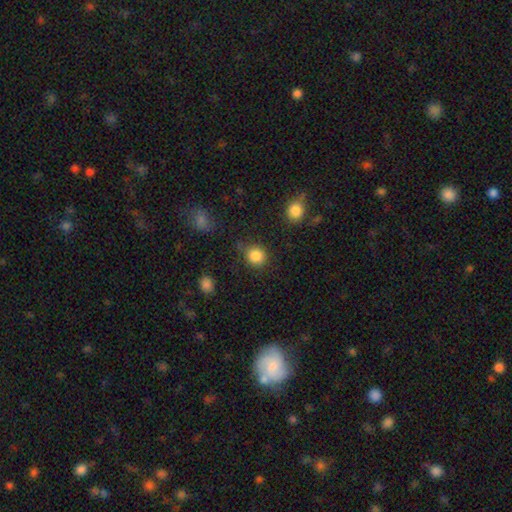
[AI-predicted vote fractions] Smooth or featured: smooth — 85% (star or artifact — 11%)
How rounded: round — 86% (in between — 13%)
Merging: none — 75% (minor disturbance — 16%)